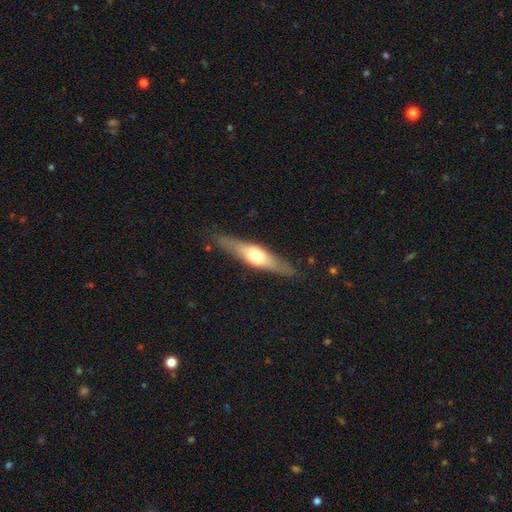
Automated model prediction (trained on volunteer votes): This is possibly a featured or disk galaxy (56%). It is clearly viewed edge-on (90%). Edge-on bulge: clearly rounded (89%). Merging: clearly none (86%).